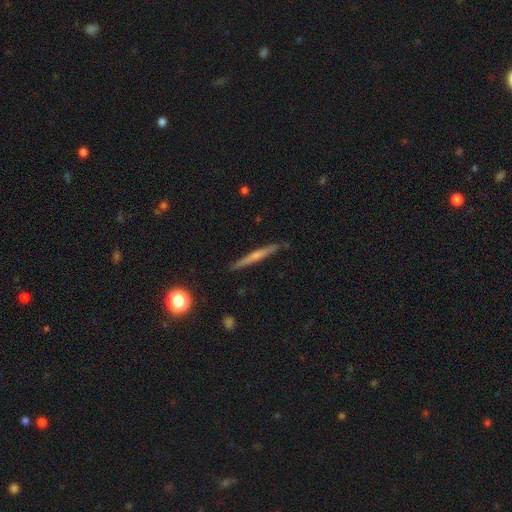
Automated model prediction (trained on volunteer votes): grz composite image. It shows a featured or disk galaxy (54%) viewed edge-on (97%) with no central bulge (48%). Merging: none (88%).